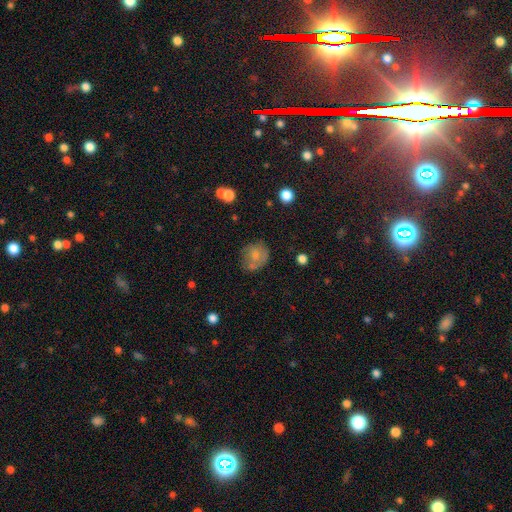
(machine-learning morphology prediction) Smooth or featured: smooth — 66% (featured or disk — 24%)
How rounded: round — 69% (in between — 30%)
Merging: none — 52% (minor disturbance — 26%)